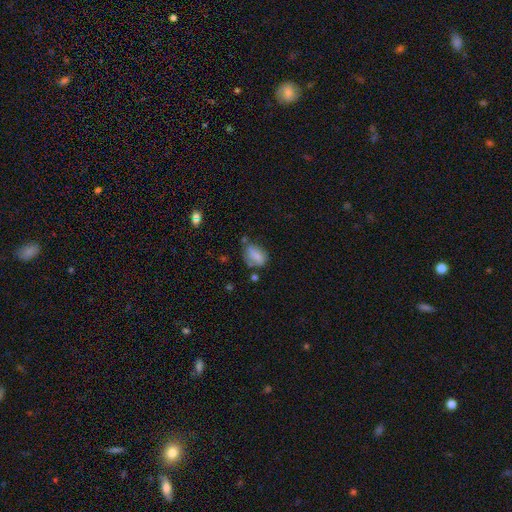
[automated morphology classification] Smooth or featured: smooth — 68% (featured or disk — 22%)
How rounded: in between — 75% (round — 22%)
Merging: none — 45% (minor disturbance — 31%)